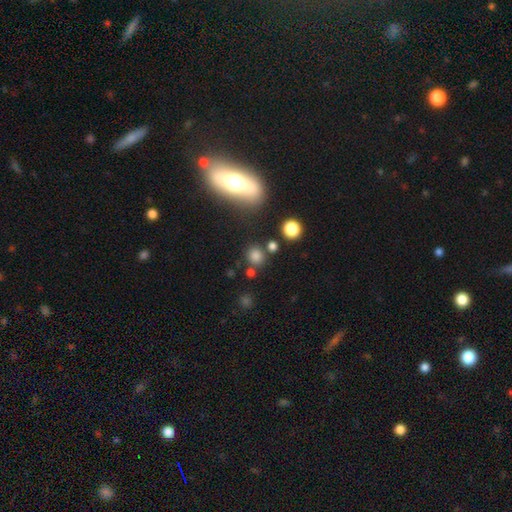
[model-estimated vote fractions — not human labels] Overall: smooth (76%). How rounded: round (85%). Merging: none (78%).